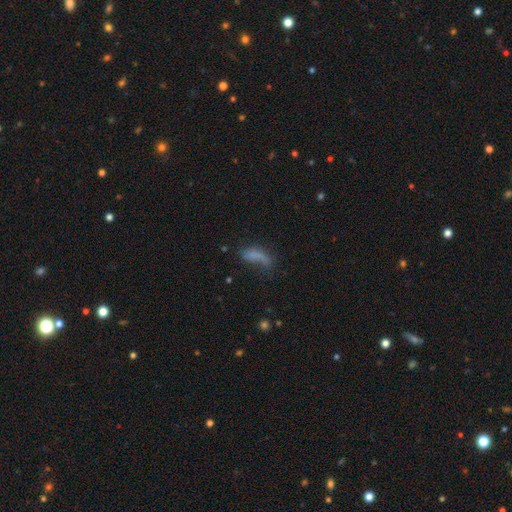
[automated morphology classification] Smooth or featured? Predicted: smooth (p=0.64). How rounded? Predicted: in between (p=0.65). Merging? Predicted: none (p=0.35).